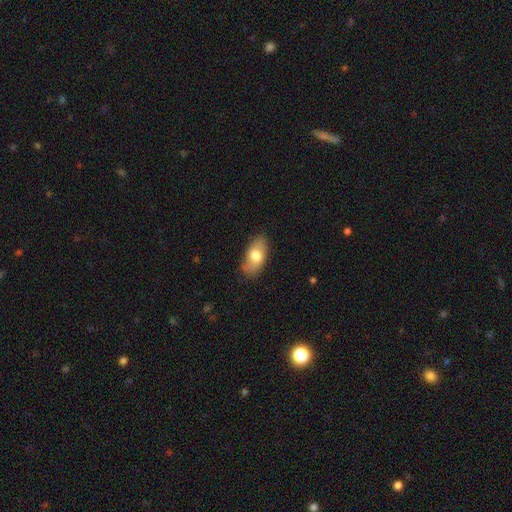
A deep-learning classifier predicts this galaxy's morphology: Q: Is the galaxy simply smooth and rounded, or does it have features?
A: smooth — 73%.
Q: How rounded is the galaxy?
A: in between — 91%.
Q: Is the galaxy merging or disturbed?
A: none — 79%.